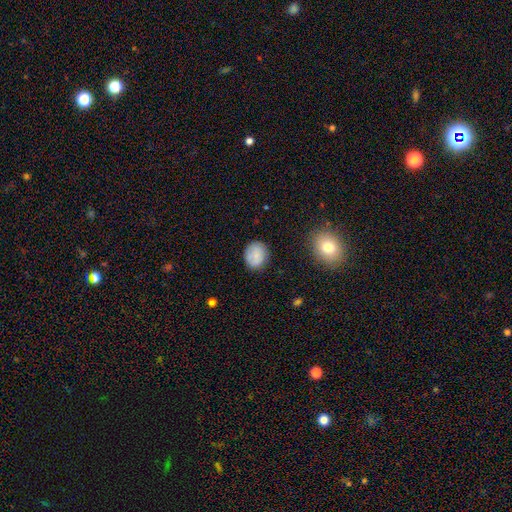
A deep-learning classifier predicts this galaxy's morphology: smooth-or-featured: smooth: 80% | featured or disk: 12% | star or artifact: 8%
  how-rounded: round: 59% | in between: 40% | cigar-shaped: 1%
  merging: none: 83% | minor disturbance: 12% | major disturbance: 3% | merger: 1%